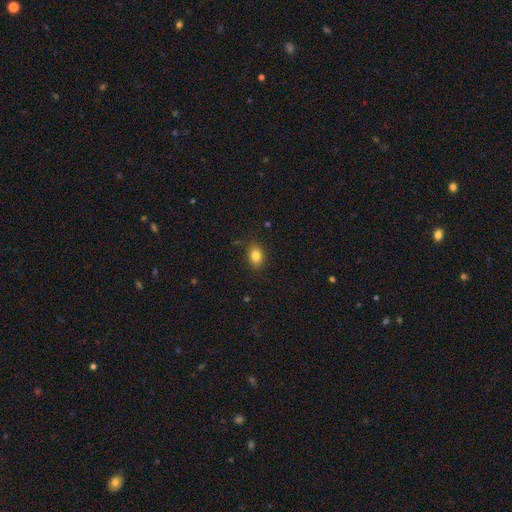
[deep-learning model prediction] The model was most divided on "how rounded": in between: 74%, round: 25%, cigar-shaped: 1%. More confident: merging — none (86%); smooth or featured — smooth (83%).